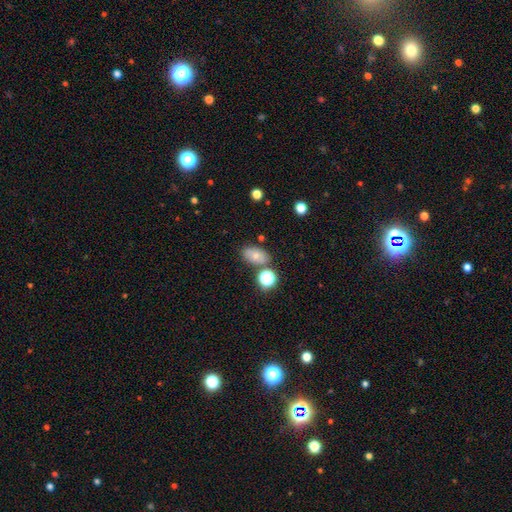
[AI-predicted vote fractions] Overall: smooth (69%). How rounded: in between (83%). Merging: none (71%).